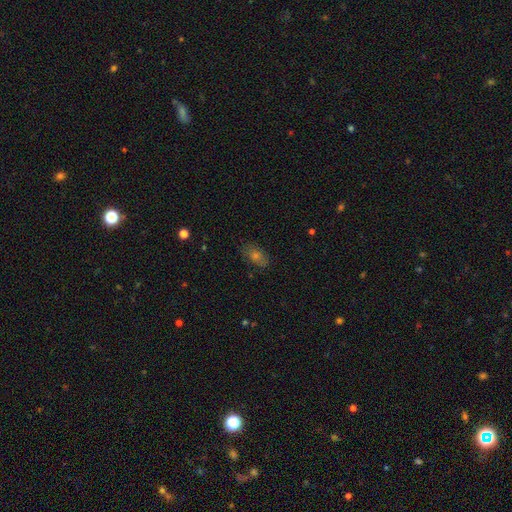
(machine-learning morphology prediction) smooth 55%, featured or disk 23%, star or artifact 22%. Down the decision tree: how rounded — in between (82%); merging — none (80%).